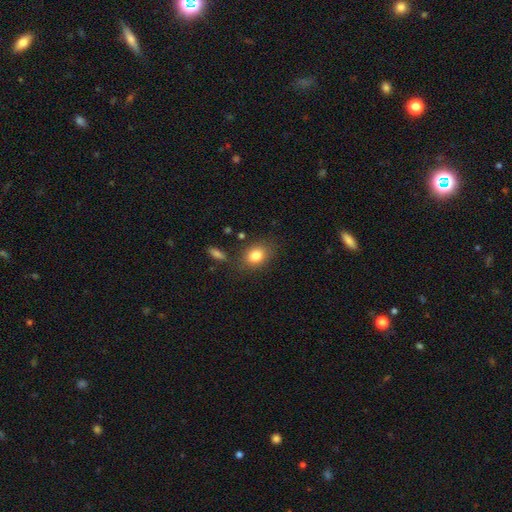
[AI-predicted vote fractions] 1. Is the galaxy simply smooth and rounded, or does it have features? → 82% smooth, 9% star or artifact, 9% featured or disk.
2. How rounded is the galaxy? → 63% in between, 36% round, 1% cigar-shaped.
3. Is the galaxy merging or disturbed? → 78% none, 13% minor disturbance, 5% merger, 4% major disturbance.